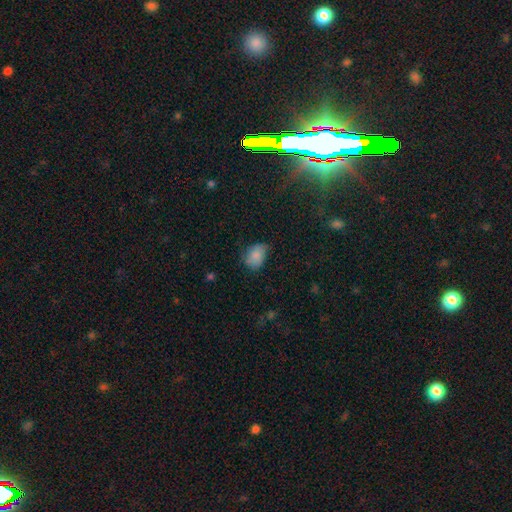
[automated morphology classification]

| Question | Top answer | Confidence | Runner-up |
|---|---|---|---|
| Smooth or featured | smooth | 82% | featured or disk (9%) |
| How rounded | in between | 73% | round (26%) |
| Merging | none | 55% | minor disturbance (34%) |